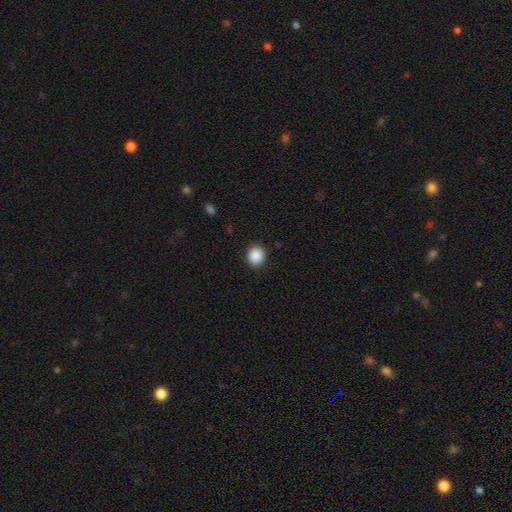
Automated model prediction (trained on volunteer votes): Overall: smooth (89%). How rounded: round (80%). Merging: none (90%).